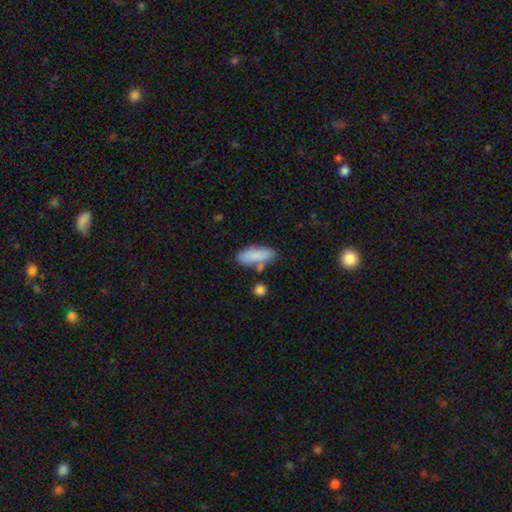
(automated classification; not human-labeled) Smooth or featured? Predicted: smooth (p=0.85). How rounded? Predicted: in between (p=0.61). Merging? Predicted: none (p=0.66).